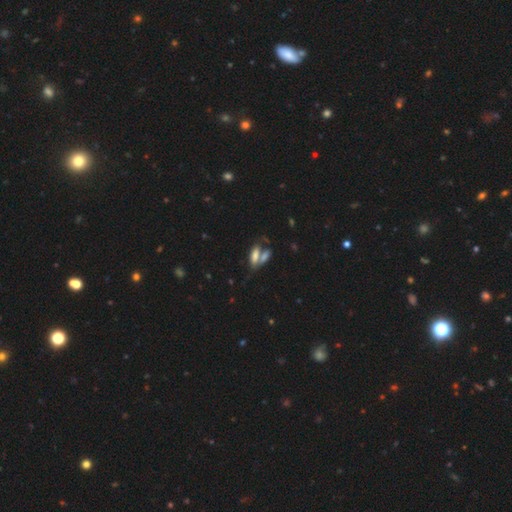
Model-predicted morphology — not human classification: This appears to be a smooth galaxy with no disk features (69%) that is in between round and cigar-shaped (70%). Merging: merger (50%).